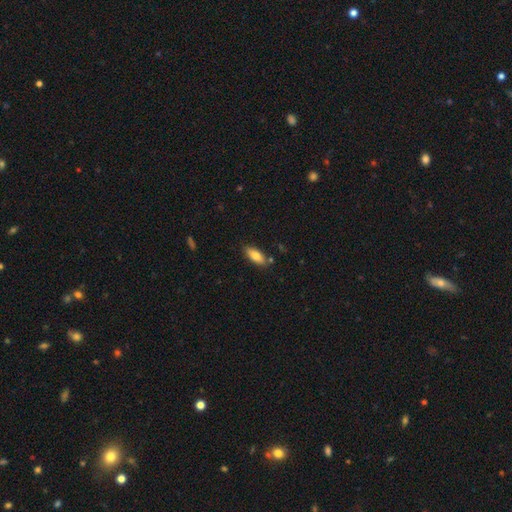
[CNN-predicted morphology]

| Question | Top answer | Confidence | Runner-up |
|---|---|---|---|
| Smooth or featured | smooth | 79% | featured or disk (14%) |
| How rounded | in between | 79% | cigar-shaped (19%) |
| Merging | none | 80% | minor disturbance (14%) |